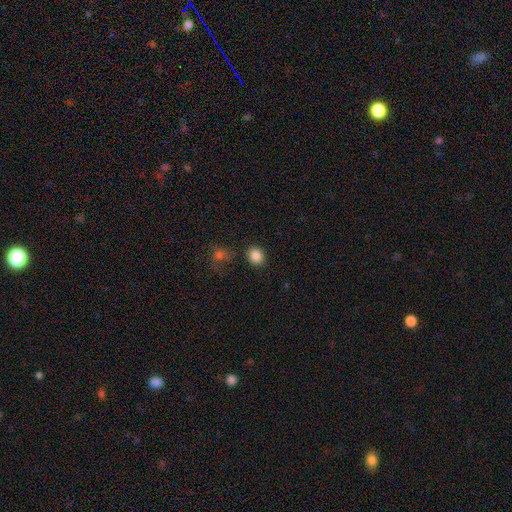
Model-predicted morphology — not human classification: smooth 86%, star or artifact 10%, featured or disk 4%. Down the decision tree: how rounded — round (74%); merging — none (85%).